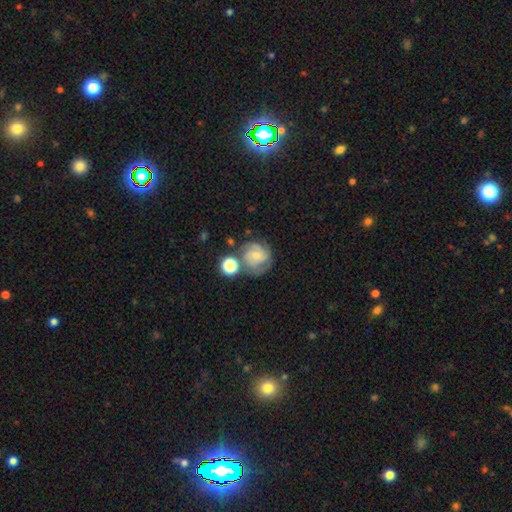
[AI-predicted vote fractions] Smooth or featured?
  - featured or disk: 64% *
  - smooth: 27%
  - star or artifact: 9%
Edge-on disk?
  - no: 98% *
  - yes: 2%
Bar?
  - no: 63% *
  - weak: 31%
  - strong: 6%
Spiral arms?
  - yes: 90% *
  - no: 10%
Spiral winding?
  - tight: 49% *
  - medium: 40%
  - loose: 11%
Spiral arm count?
  - 2: 34% *
  - 3: 30%
  - can't tell: 23%
  - 4: 6%
  - 1: 4%
  - more than 4: 3%
Bulge size?
  - small: 60% *
  - moderate: 32%
  - none: 4%
  - large: 3%
  - dominant: 1%
Merging?
  - none: 57% *
  - minor disturbance: 19%
  - merger: 15%
  - major disturbance: 10%